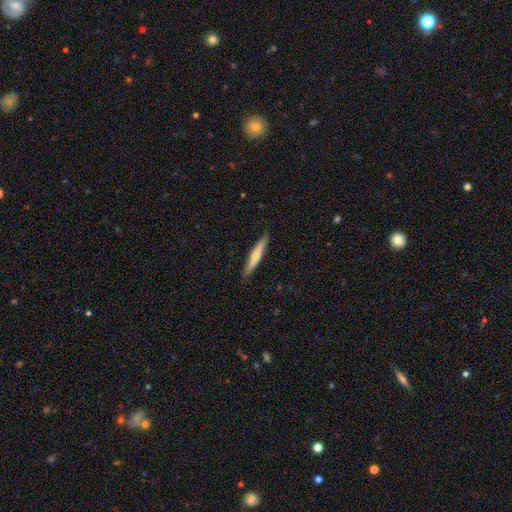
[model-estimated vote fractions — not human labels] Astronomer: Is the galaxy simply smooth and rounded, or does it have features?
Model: smooth — 49% (runner-up: featured or disk, 46%).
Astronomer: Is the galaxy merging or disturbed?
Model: none — 90%.